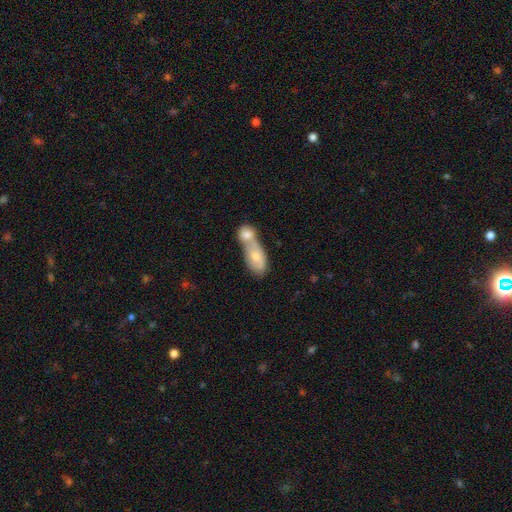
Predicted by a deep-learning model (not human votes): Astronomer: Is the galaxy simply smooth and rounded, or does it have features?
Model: smooth — 68%.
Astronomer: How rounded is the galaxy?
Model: in between — 82%.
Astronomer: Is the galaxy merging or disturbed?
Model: merger — 74%.